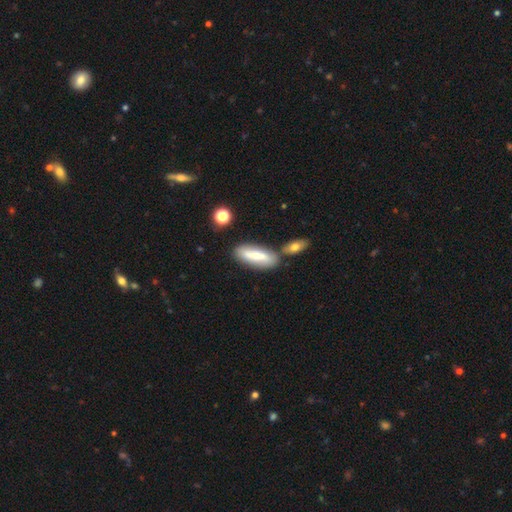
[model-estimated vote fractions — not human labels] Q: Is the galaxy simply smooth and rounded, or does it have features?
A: smooth — 60%.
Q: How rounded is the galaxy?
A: in between — 58%.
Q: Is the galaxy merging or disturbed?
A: none — 68%.